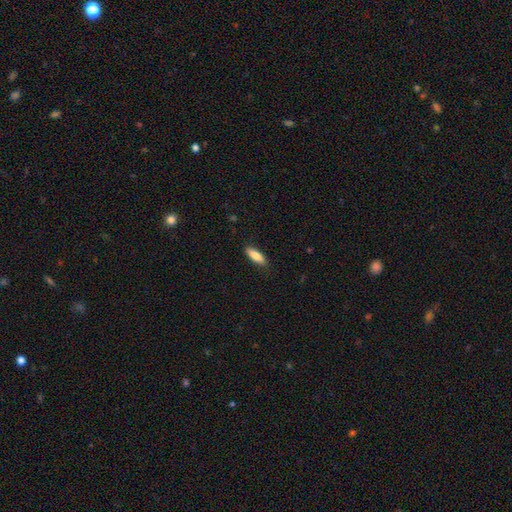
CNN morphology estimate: Smooth or featured? smooth (83%)
How rounded? in between (57%)
Merging? none (85%)